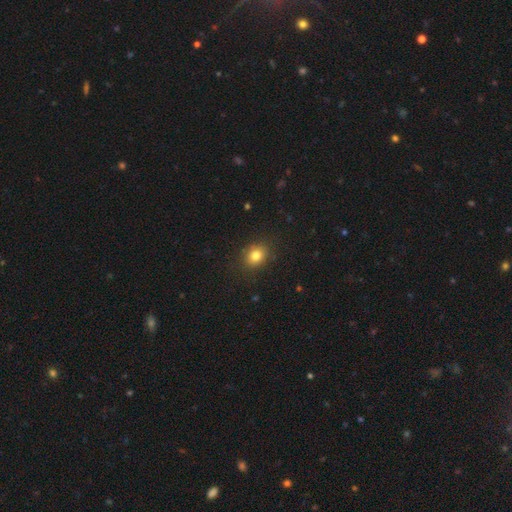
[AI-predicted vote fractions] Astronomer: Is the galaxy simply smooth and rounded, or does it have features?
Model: smooth — 81%.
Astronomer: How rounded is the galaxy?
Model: round — 58% (runner-up: in between, 41%).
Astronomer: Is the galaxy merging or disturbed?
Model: none — 87%.